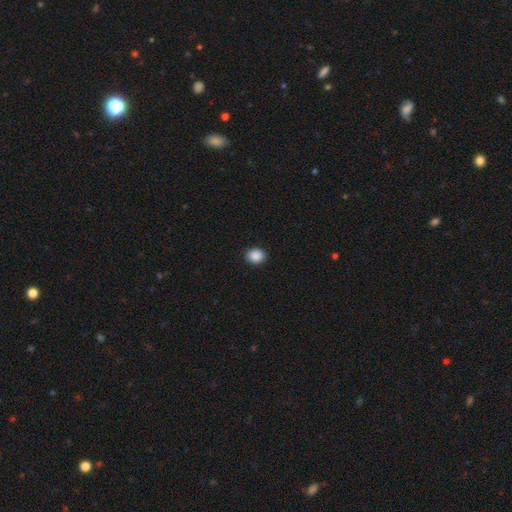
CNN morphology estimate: Overall: smooth (89%). How rounded: round (56%; in between 43%). Merging: none (91%).